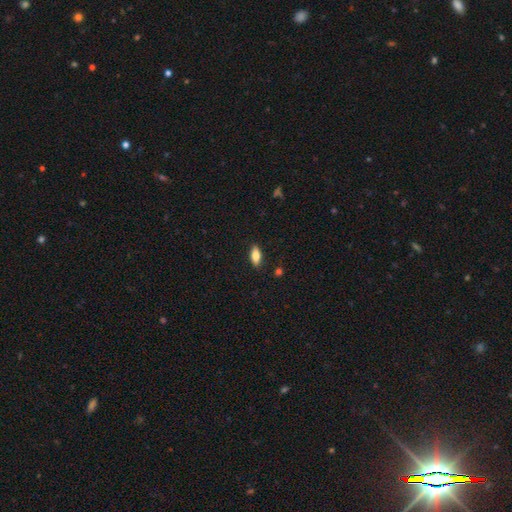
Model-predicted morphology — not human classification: Smooth or featured?
  - smooth: 76% *
  - featured or disk: 17%
  - star or artifact: 7%
How rounded?
  - in between: 81% *
  - cigar-shaped: 17%
  - round: 3%
Merging?
  - none: 87% *
  - minor disturbance: 9%
  - major disturbance: 2%
  - merger: 1%